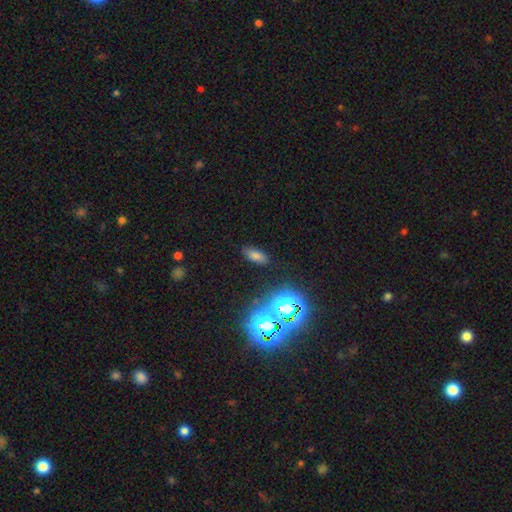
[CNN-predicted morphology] Smooth or featured?
  - smooth: 68% *
  - star or artifact: 22%
  - featured or disk: 9%
How rounded?
  - in between: 81% *
  - cigar-shaped: 12%
  - round: 7%
Merging?
  - none: 85% *
  - minor disturbance: 10%
  - major disturbance: 3%
  - merger: 2%